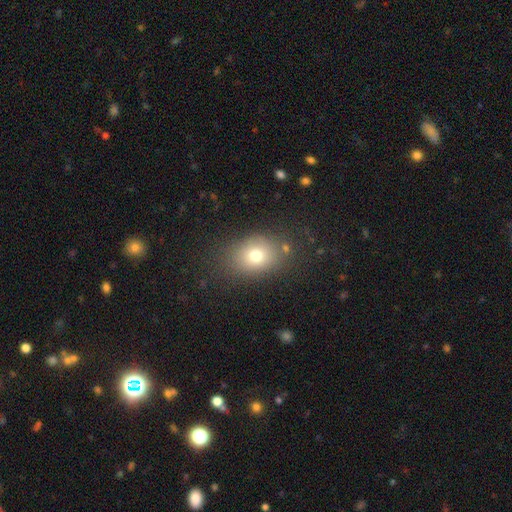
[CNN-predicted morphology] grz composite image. It shows a smooth galaxy with no disk features (74%) that is in between round and cigar-shaped (56%). Merging: none (78%).